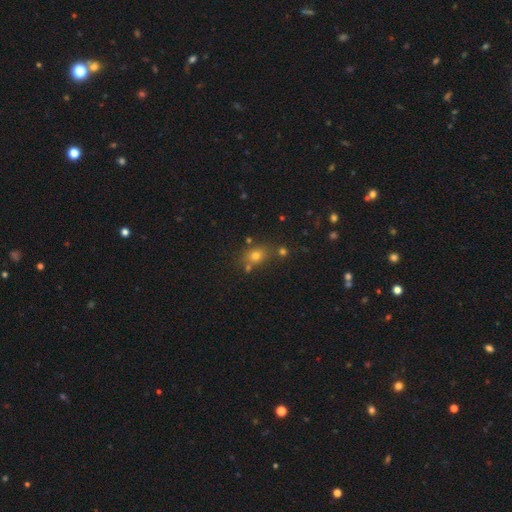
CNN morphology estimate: Smooth or featured?
  - smooth: 69% *
  - star or artifact: 20%
  - featured or disk: 11%
How rounded?
  - round: 53% *
  - in between: 45%
  - cigar-shaped: 2%
Merging?
  - none: 68% *
  - merger: 14%
  - minor disturbance: 13%
  - major disturbance: 4%